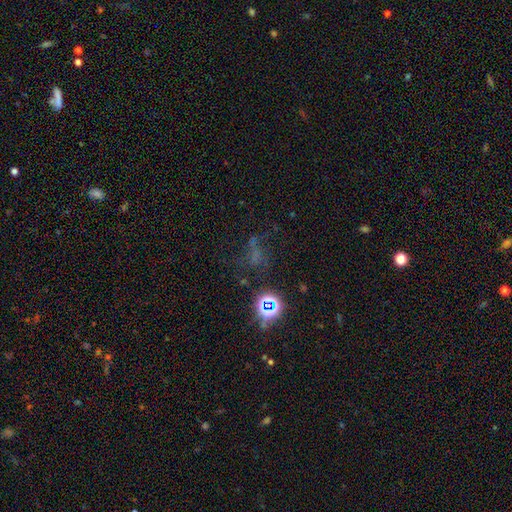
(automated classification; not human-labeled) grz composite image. It shows a star or artifact, not a galaxy (53%).